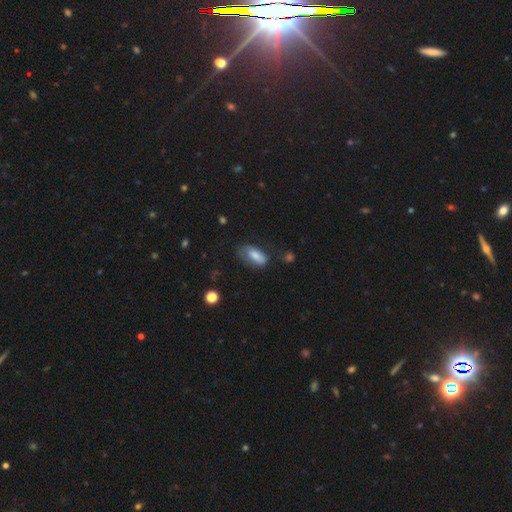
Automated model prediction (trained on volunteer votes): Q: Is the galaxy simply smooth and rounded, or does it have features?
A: smooth — 75%.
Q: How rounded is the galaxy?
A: in between — 88%.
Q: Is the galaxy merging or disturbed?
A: none — 54%.